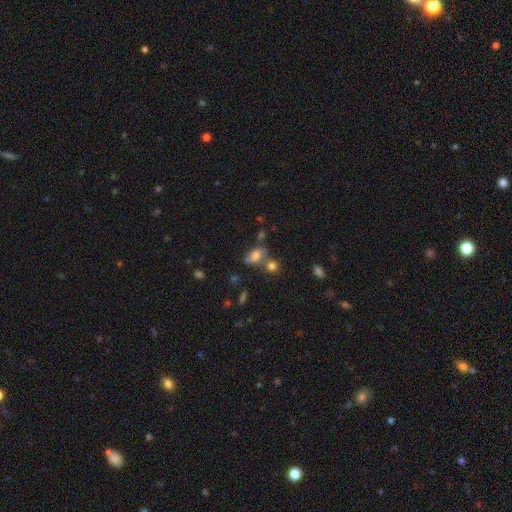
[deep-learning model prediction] smooth-or-featured: smooth: 57% | featured or disk: 27% | star or artifact: 16%
  how-rounded: in between: 73% | round: 22% | cigar-shaped: 5%
  merging: none: 38% | merger: 29% | minor disturbance: 19% | major disturbance: 14%